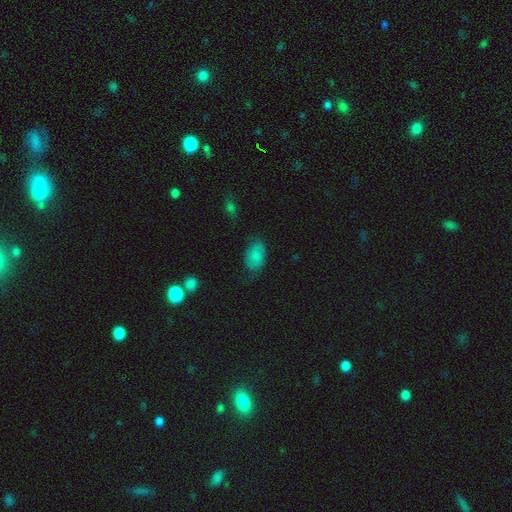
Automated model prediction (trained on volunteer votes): Smooth or featured? smooth (77%)
How rounded? in between (89%)
Merging? none (67%)